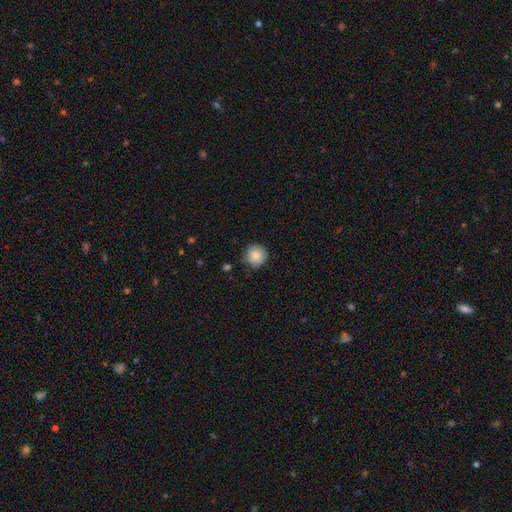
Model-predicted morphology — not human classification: smooth-or-featured: smooth: 87% | star or artifact: 8% | featured or disk: 5%
  how-rounded: round: 93% | in between: 6% | cigar-shaped: 1%
  merging: none: 80% | minor disturbance: 16% | major disturbance: 3% | merger: 2%